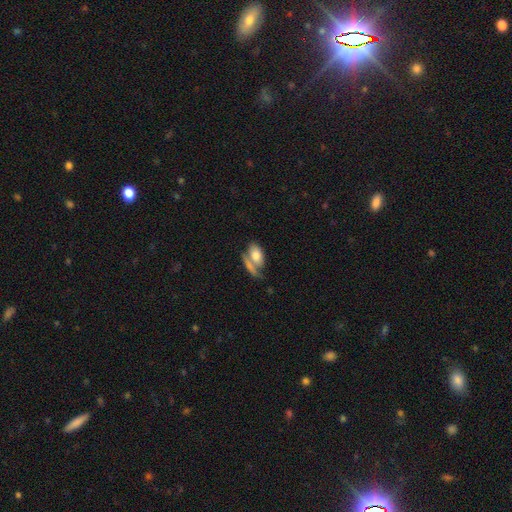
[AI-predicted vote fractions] smooth-or-featured: smooth: 70% | featured or disk: 23% | star or artifact: 7%
  how-rounded: in between: 86% | cigar-shaped: 7% | round: 6%
  merging: merger: 42% | none: 35% | minor disturbance: 13% | major disturbance: 9%